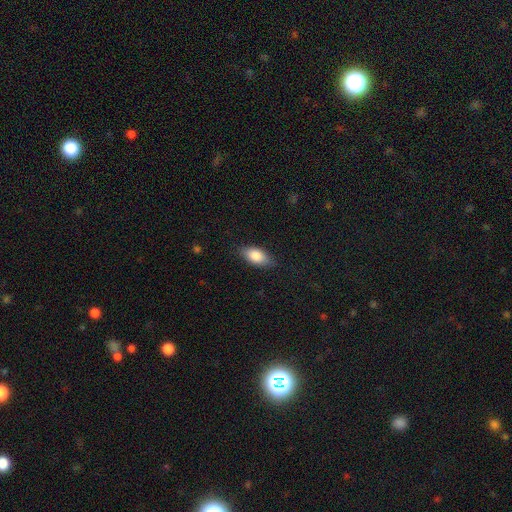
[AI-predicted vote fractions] This is clearly a smooth galaxy (83%). How rounded: clearly in between (89%). Merging: clearly none (82%).